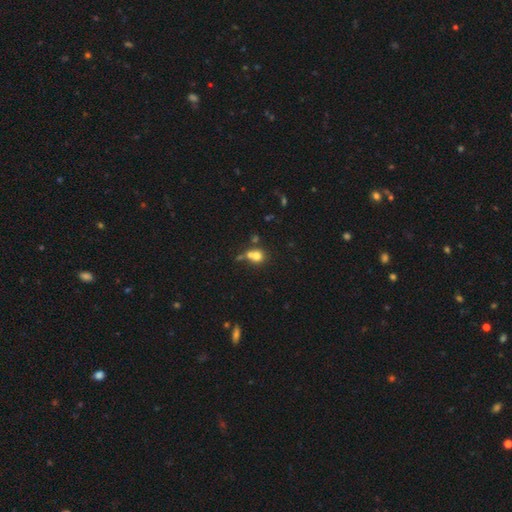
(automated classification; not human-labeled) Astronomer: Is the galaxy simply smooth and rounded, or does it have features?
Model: smooth — 71%.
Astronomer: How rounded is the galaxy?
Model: round — 83%.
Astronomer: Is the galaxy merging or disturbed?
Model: merger — 47% (runner-up: none, 40%).